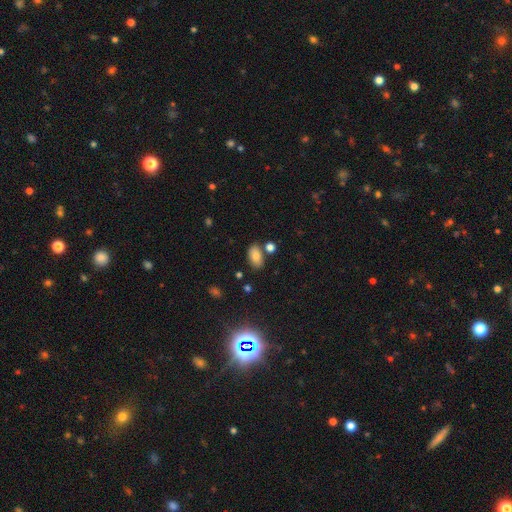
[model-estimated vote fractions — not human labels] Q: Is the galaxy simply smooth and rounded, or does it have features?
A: smooth — 80%.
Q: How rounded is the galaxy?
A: in between — 91%.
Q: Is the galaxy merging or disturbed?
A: none — 75%.